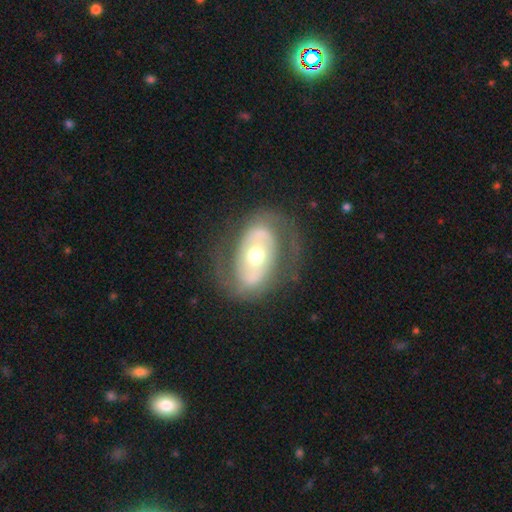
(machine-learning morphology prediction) A featured or disk galaxy (72%) with no bar (61%), spiral arms (56%) and a moderate central bulge (71%).

Vote fractions:
- Smooth or featured? featured or disk: 72% / smooth: 23% / star or artifact: 6%
- Edge-on disk? no: 94% / yes: 6%
- Bar? no: 61% / weak: 22% / strong: 17%
- Spiral arms? yes: 56% / no: 44%
- Bulge size? moderate: 71% / small: 16% / large: 11% / dominant: 1% / none: 1%
- Merging? none: 70% / minor disturbance: 16% / major disturbance: 13% / merger: 2%